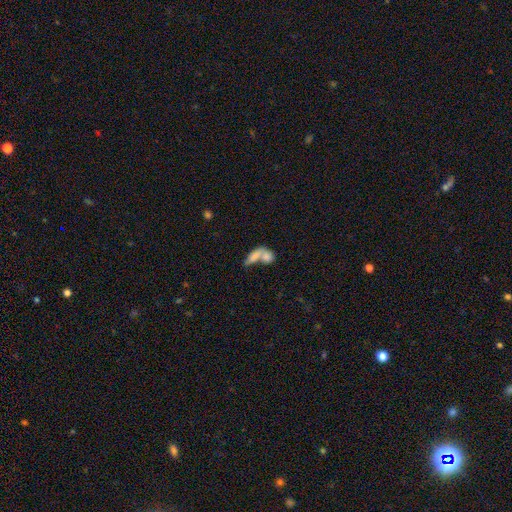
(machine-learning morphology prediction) type=smooth (73%); roundness=in between (73%); merging=merger (67%).